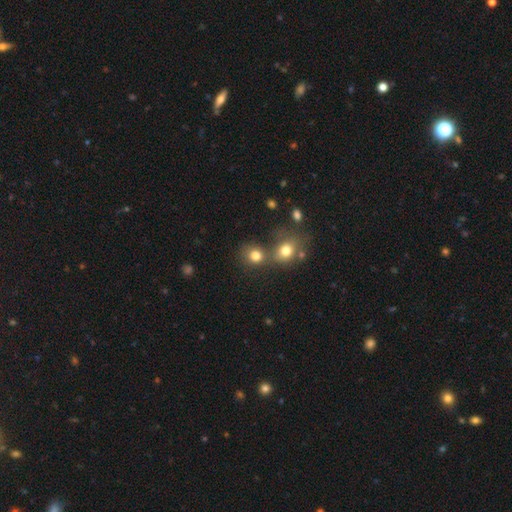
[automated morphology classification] This is likely a smooth galaxy (79%). How rounded: likely round (79%). Merging: possibly none (52%).